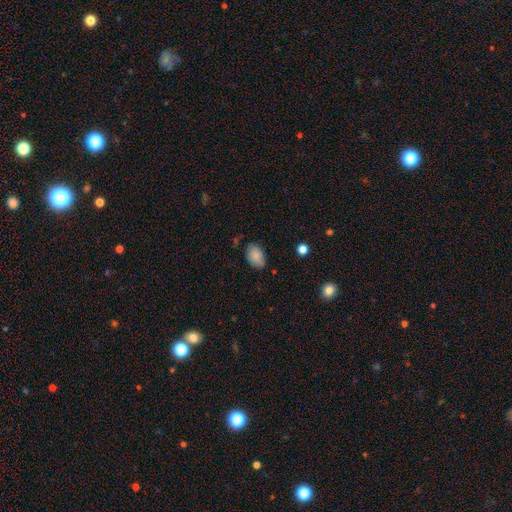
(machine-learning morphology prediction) Q: Smooth or featured?
A: smooth (86%); runner-up: star or artifact (7%)
Q: How rounded?
A: in between (89%); runner-up: round (10%)
Q: Merging?
A: none (74%); runner-up: minor disturbance (20%)